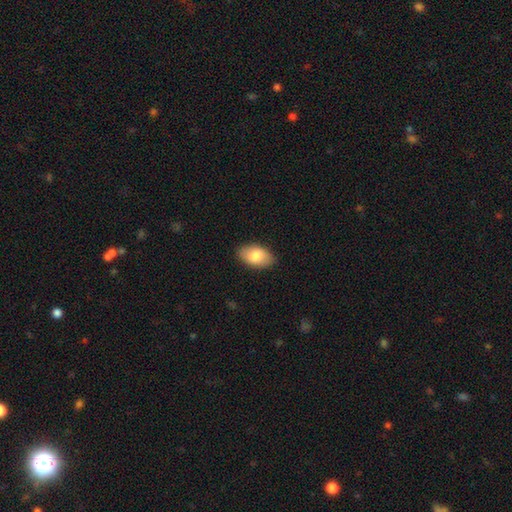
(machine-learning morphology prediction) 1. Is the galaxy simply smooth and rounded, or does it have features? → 82% smooth, 12% featured or disk, 6% star or artifact.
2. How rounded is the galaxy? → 94% in between, 5% round, 2% cigar-shaped.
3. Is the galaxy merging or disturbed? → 87% none, 10% minor disturbance, 2% major disturbance, 1% merger.